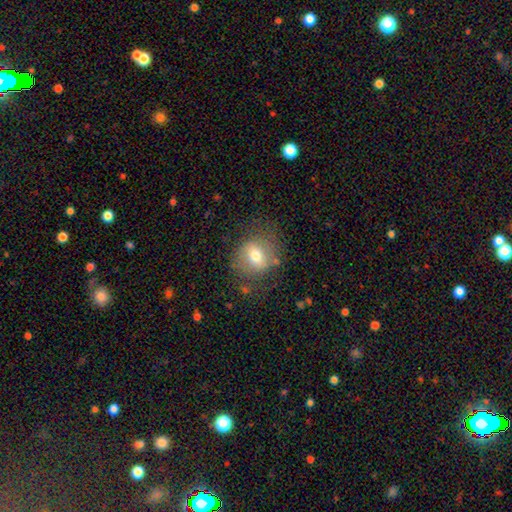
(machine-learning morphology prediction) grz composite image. It shows a smooth galaxy with no disk features (62%) that is round (67%). Merging: none (71%).